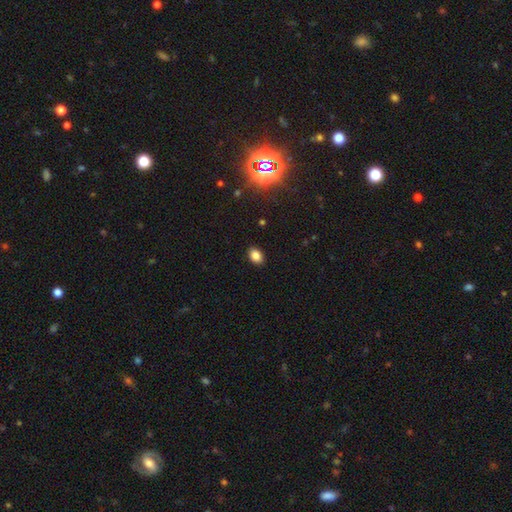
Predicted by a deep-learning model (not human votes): Q: Smooth or featured?
A: smooth (85%); runner-up: star or artifact (11%)
Q: How rounded?
A: in between (76%); runner-up: round (23%)
Q: Merging?
A: none (89%); runner-up: minor disturbance (8%)